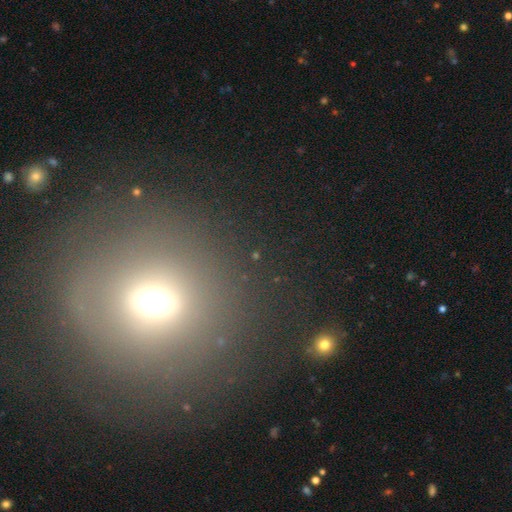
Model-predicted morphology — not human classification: This appears to be a smooth galaxy with no disk features (52%) that is round (87%). Merging: none (78%).